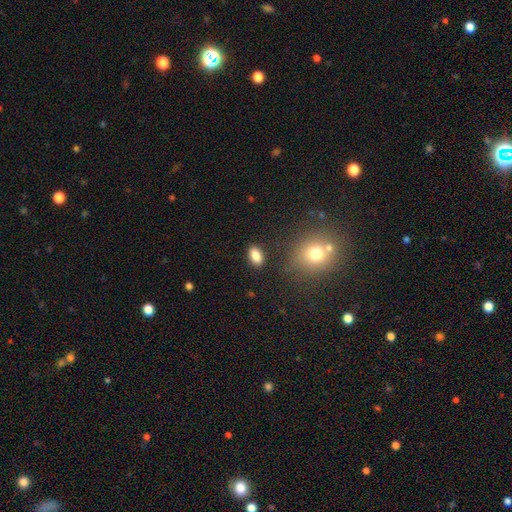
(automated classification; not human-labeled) Morphology: type=smooth (85%); roundness=in between (88%); merging=none (86%).